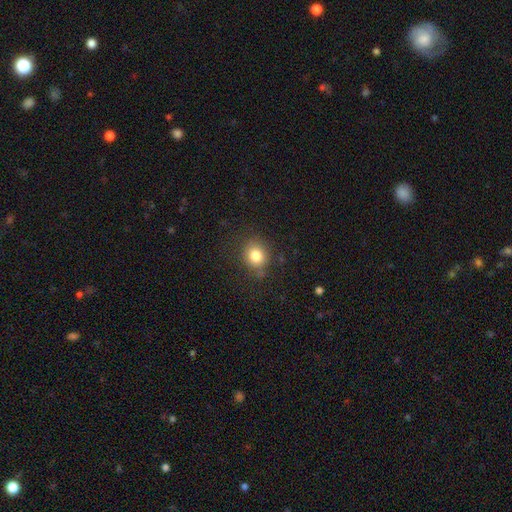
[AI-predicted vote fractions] This is clearly a smooth galaxy (82%). How rounded: likely round (72%). Merging: likely none (79%).